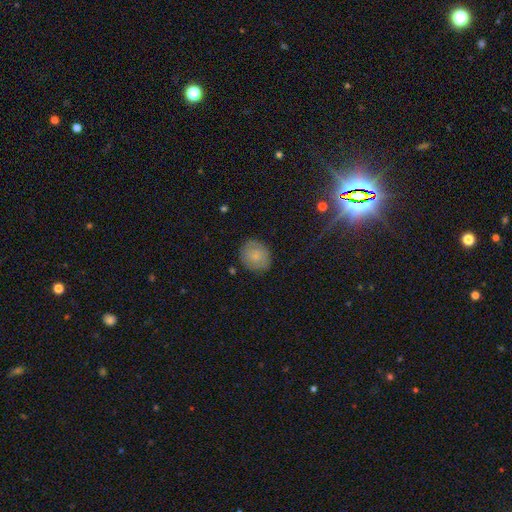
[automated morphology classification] Smooth or featured?
  - smooth: 75% *
  - featured or disk: 17%
  - star or artifact: 8%
How rounded?
  - round: 77% *
  - in between: 22%
  - cigar-shaped: 1%
Merging?
  - none: 82% *
  - minor disturbance: 14%
  - major disturbance: 3%
  - merger: 1%